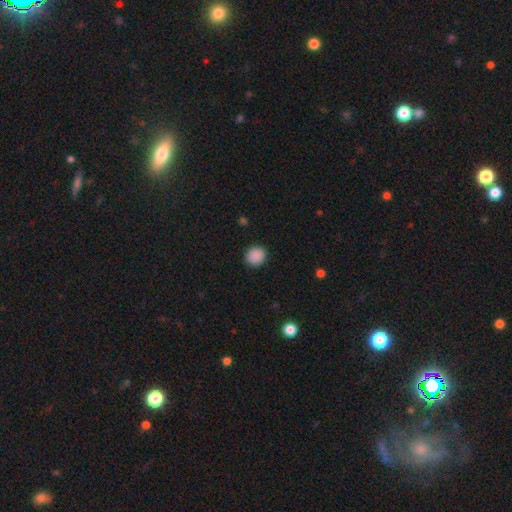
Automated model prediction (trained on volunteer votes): A smooth galaxy with no disk features (89%) that is round (80%).

Vote fractions:
- Smooth or featured? smooth: 89% / star or artifact: 9% / featured or disk: 2%
- How rounded? round: 80% / in between: 19% / cigar-shaped: 1%
- Merging? none: 89% / minor disturbance: 7% / major disturbance: 2% / merger: 1%